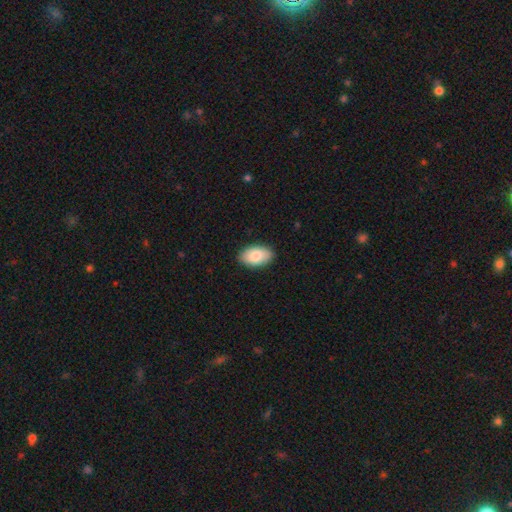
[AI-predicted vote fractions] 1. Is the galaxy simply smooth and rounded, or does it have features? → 85% smooth, 10% featured or disk, 6% star or artifact.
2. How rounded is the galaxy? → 94% in between, 4% round, 1% cigar-shaped.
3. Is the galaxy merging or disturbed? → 89% none, 9% minor disturbance, 2% major disturbance, 1% merger.